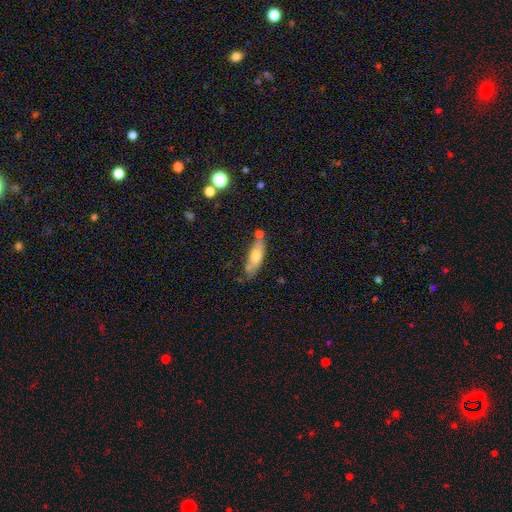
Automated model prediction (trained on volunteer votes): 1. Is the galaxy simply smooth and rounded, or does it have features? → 60% smooth, 33% featured or disk, 7% star or artifact.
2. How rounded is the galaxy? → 49% in between (tied), 49% cigar-shaped (tied), 2% round.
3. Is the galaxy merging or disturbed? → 60% none, 22% minor disturbance, 12% merger, 6% major disturbance.